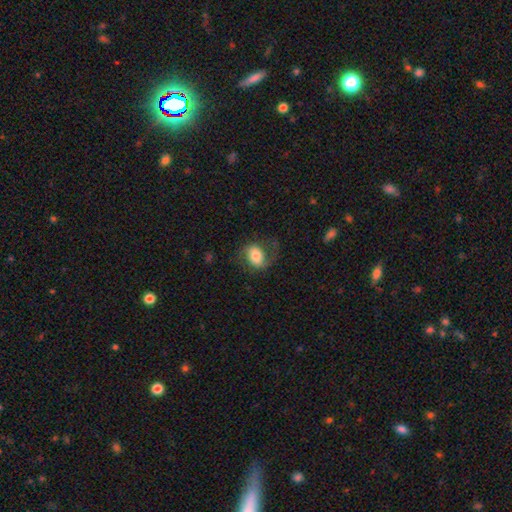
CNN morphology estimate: smooth_or_featured: smooth (p=0.57) [alt: featured or disk p=0.35]
how_rounded: in between (p=0.69) [alt: round p=0.30]
merging: none (p=0.61) [alt: minor disturbance p=0.21]